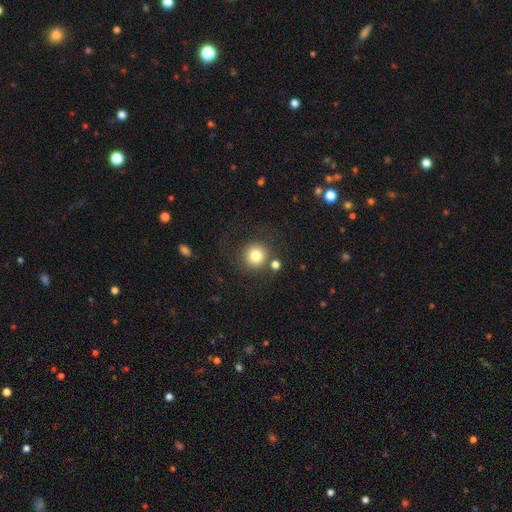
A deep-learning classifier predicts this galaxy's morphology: smooth 80%, star or artifact 11%, featured or disk 9%. Down the decision tree: how rounded — round (94%); merging — none (78%).